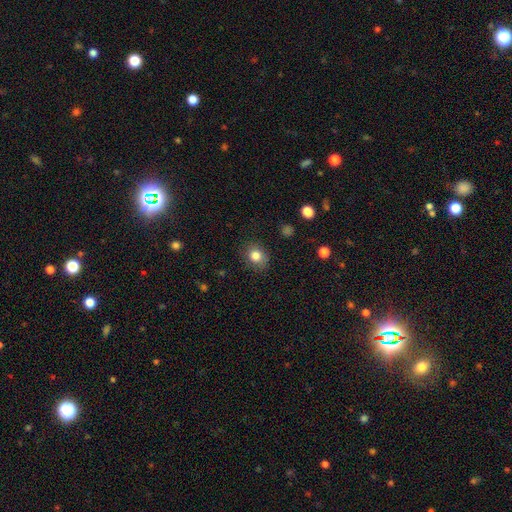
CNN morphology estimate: Smooth or featured? Predicted: smooth (p=0.82). How rounded? Predicted: round (p=0.67). Merging? Predicted: none (p=0.83).